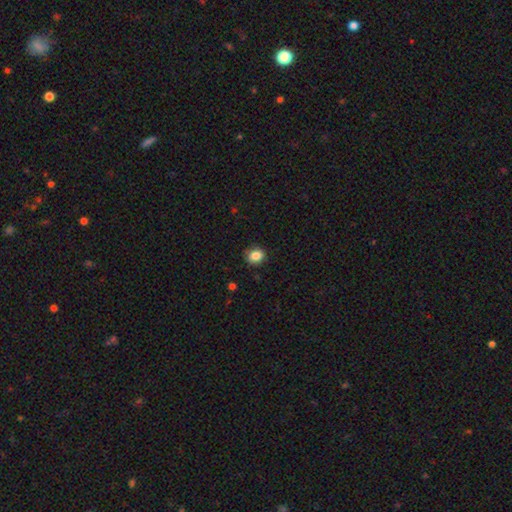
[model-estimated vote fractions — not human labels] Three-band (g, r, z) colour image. It shows a smooth galaxy with no disk features (86%) that is round (63%). Merging: none (84%).